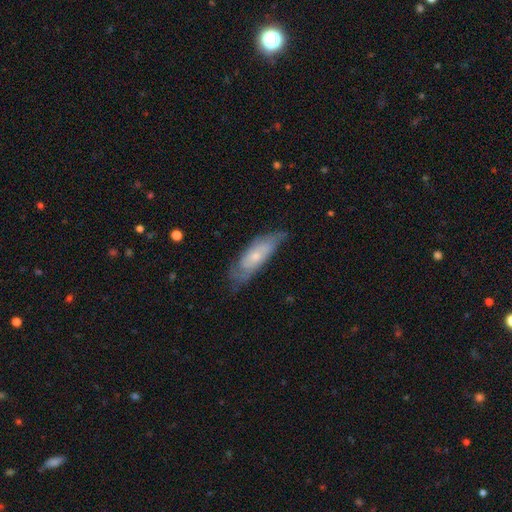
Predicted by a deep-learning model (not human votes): Smooth or featured? Predicted: featured or disk (p=0.55). Edge-on disk? Predicted: no (p=0.78). Merging? Predicted: none (p=0.63).